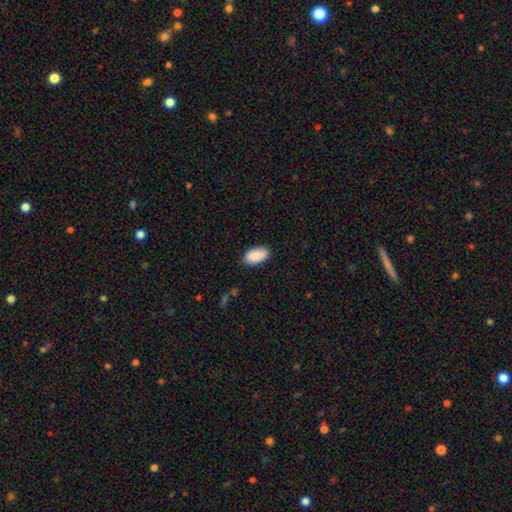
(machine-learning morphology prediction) Smooth or featured? Predicted: smooth (p=0.90). How rounded? Predicted: in between (p=0.95). Merging? Predicted: none (p=0.87).